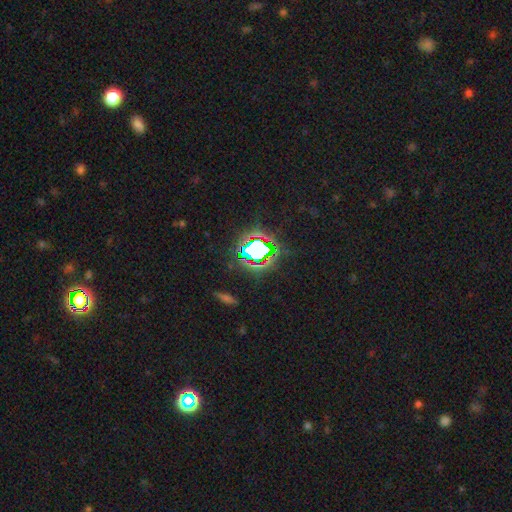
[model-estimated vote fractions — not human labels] smooth-or-featured: star or artifact: 75% | smooth: 15% | featured or disk: 10%